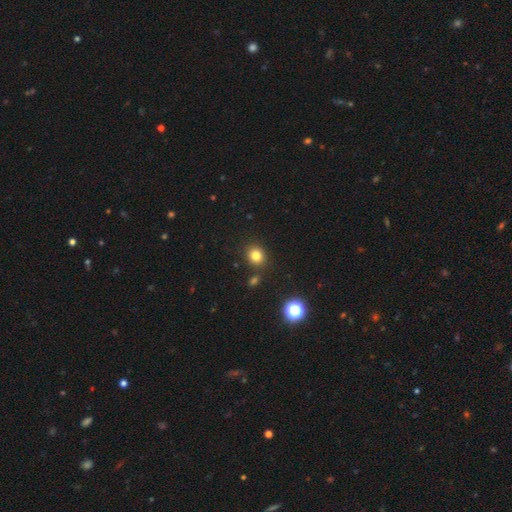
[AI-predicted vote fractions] smooth_or_featured: smooth (p=0.79) [alt: star or artifact p=0.15]
how_rounded: round (p=0.79) [alt: in between p=0.20]
merging: none (p=0.84) [alt: minor disturbance p=0.08]